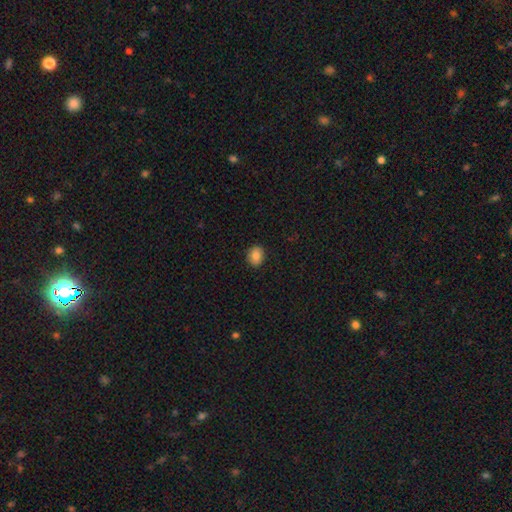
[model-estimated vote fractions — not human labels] Overall: smooth (83%). How rounded: round (55%; in between 45%). Merging: none (90%).